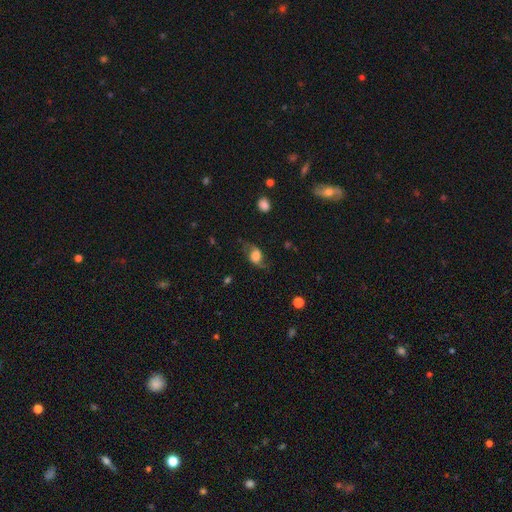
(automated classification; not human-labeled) The model was most divided on "smooth or featured": featured or disk: 50%, smooth: 41%, star or artifact: 10%. More confident: merging — none (64%).